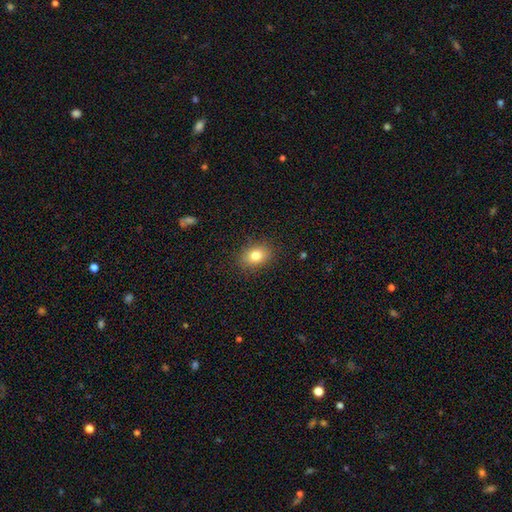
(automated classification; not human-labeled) This appears to be a smooth galaxy with no disk features (81%) that is in between round and cigar-shaped (70%). Merging: none (87%).